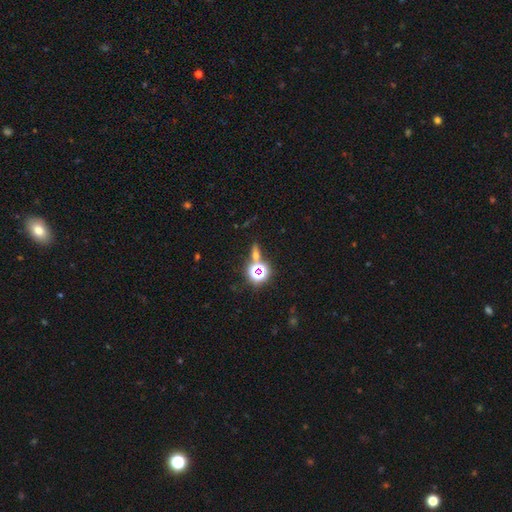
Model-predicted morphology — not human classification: Overall: star or artifact (48%; smooth 35%).